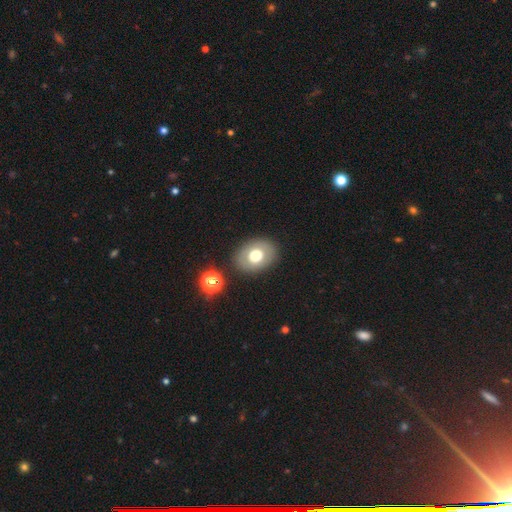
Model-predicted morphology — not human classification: Overall: smooth (66%). How rounded: in between (63%; round 36%). Merging: none (86%).